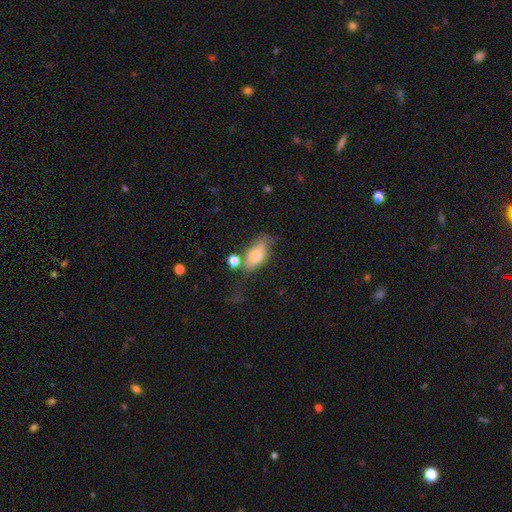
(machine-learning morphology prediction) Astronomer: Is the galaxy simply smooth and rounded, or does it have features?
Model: smooth — 72%.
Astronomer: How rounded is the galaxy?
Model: in between — 86%.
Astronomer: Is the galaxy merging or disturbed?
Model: none — 52%.